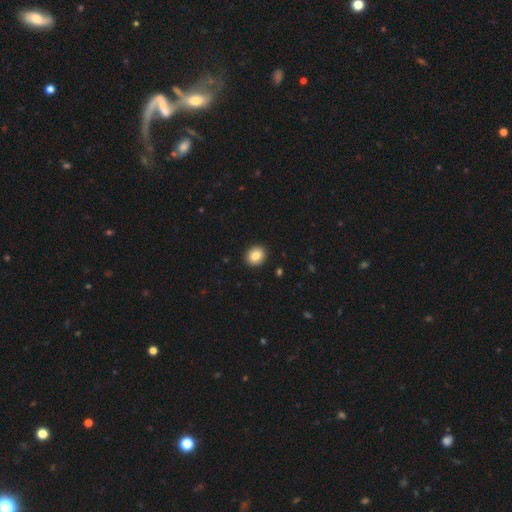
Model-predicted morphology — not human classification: Overall: smooth (87%). How rounded: round (64%; in between 35%). Merging: none (92%).